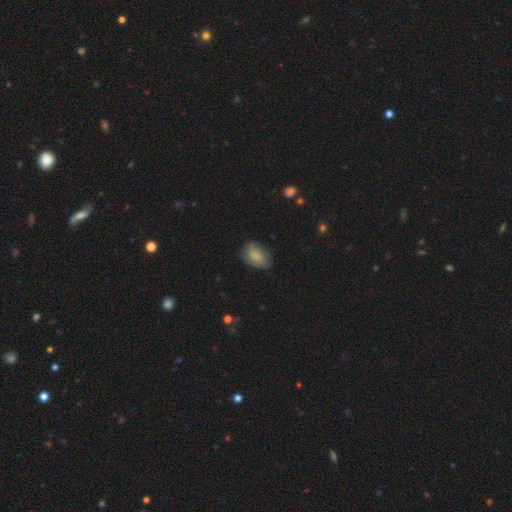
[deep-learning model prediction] Smooth or featured? smooth (74%)
How rounded? in between (83%)
Merging? none (68%)